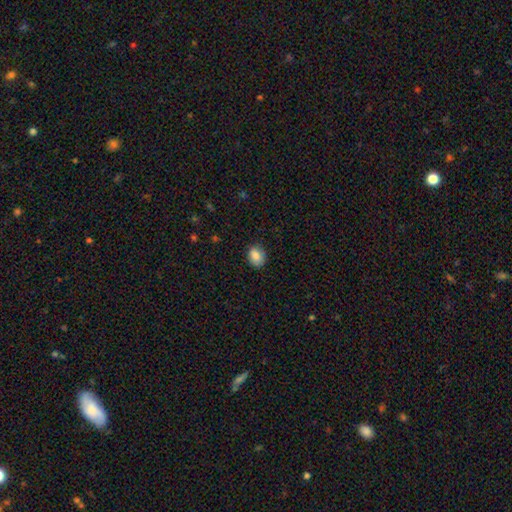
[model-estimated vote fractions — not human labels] Smooth or featured? Predicted: smooth (p=0.85). How rounded? Predicted: in between (p=0.59). Merging? Predicted: none (p=0.84).